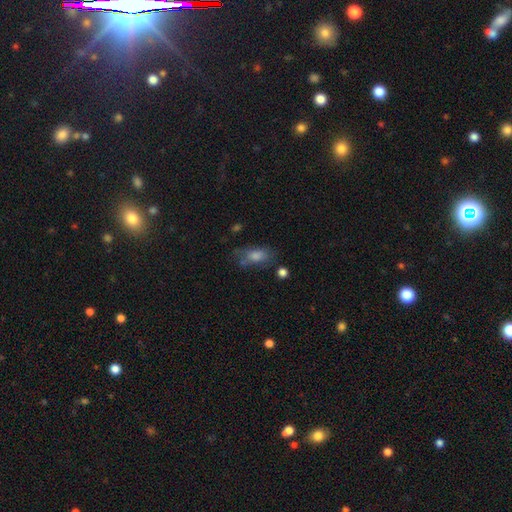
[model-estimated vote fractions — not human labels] smooth 61%, featured or disk 22%, star or artifact 16%. Down the decision tree: how rounded — in between (81%); merging — none (58%).